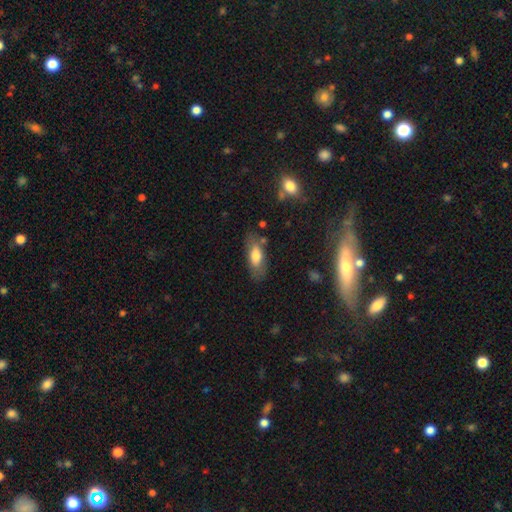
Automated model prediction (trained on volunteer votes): A smooth galaxy with no disk features (70%) that is in between round and cigar-shaped (79%). Merging: none (72%).